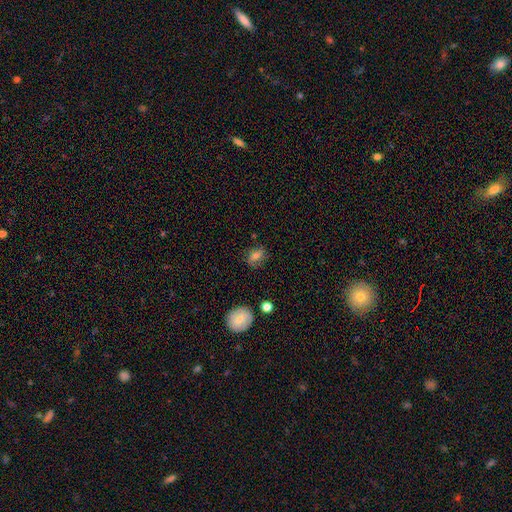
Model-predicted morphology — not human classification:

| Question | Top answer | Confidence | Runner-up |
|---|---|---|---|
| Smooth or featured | smooth | 63% | featured or disk (25%) |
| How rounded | in between | 51% | round (46%) |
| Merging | none | 75% | minor disturbance (17%) |